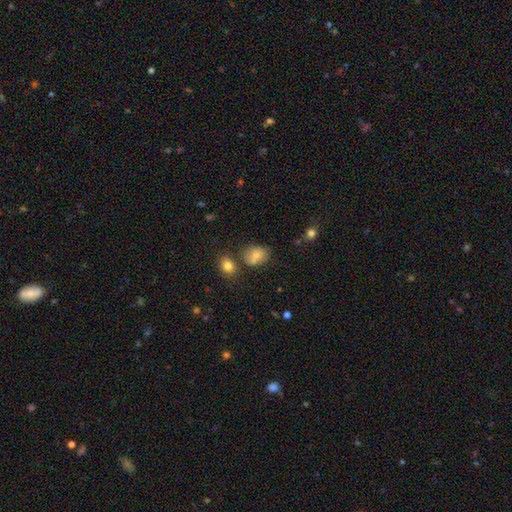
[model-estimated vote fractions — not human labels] A smooth galaxy with no disk features (75%) that is in between round and cigar-shaped (53%).

Vote fractions:
- Smooth or featured? smooth: 75% / featured or disk: 14% / star or artifact: 12%
- How rounded? in between: 53% / round: 45% / cigar-shaped: 1%
- Merging? none: 58% / merger: 18% / minor disturbance: 18% / major disturbance: 5%